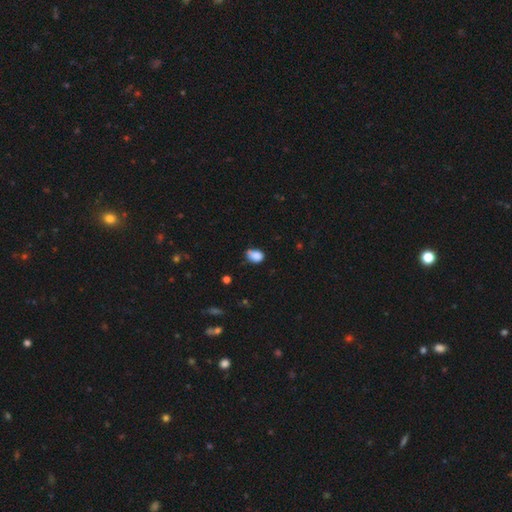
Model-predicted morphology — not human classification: Q: Smooth or featured?
A: smooth (85%); runner-up: star or artifact (9%)
Q: How rounded?
A: in between (77%); runner-up: round (22%)
Q: Merging?
A: none (51%); runner-up: minor disturbance (38%)